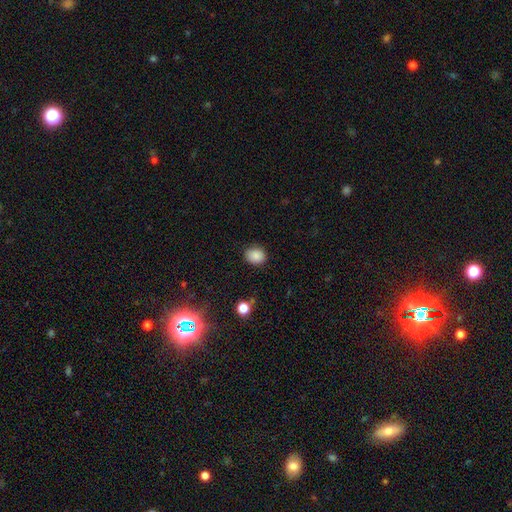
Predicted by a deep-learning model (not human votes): This appears to be a smooth galaxy with no disk features (86%) that is round (57%). Merging: none (85%).